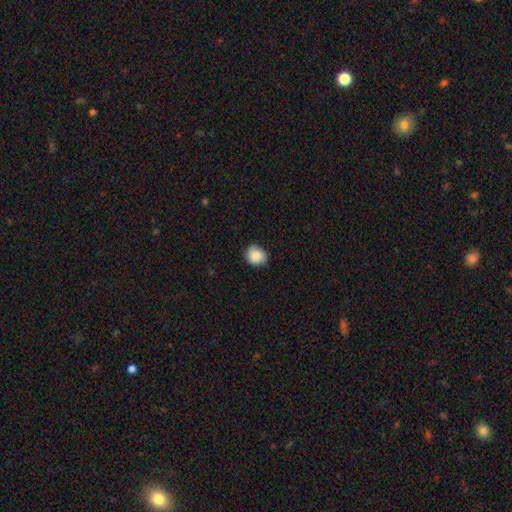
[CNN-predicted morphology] Smooth or featured: smooth — 86% (star or artifact — 8%)
How rounded: round — 78% (in between — 21%)
Merging: none — 79% (minor disturbance — 17%)